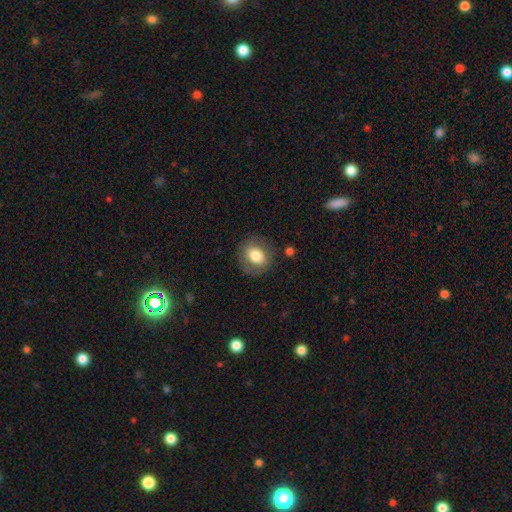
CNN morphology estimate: A smooth galaxy with no disk features (75%) that is round (58%).

Vote fractions:
- Smooth or featured? smooth: 75% / featured or disk: 17% / star or artifact: 8%
- How rounded? round: 58% / in between: 41% / cigar-shaped: 1%
- Merging? none: 81% / minor disturbance: 13% / major disturbance: 5% / merger: 2%